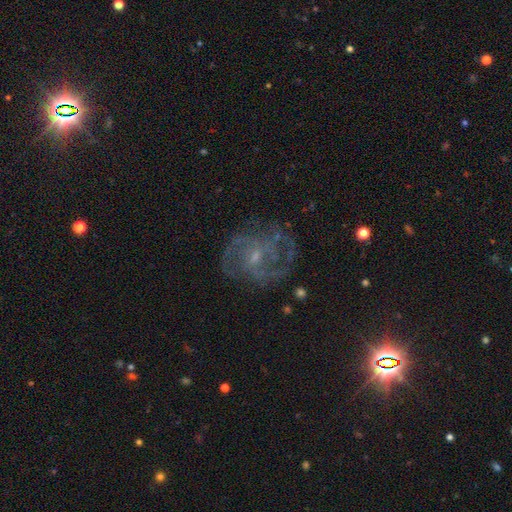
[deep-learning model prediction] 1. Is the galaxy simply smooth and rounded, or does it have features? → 79% featured or disk, 11% star or artifact, 10% smooth.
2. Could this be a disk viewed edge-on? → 98% no, 2% yes.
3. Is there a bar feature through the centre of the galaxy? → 52% no, 40% weak, 7% strong.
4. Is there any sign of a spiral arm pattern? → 87% yes, 13% no.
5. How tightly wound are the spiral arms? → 47% medium, 36% tight, 17% loose.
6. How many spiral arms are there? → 31% can't tell, 27% 2, 22% 3, 9% 4, 6% 1, 5% more than 4.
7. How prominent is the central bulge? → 65% small, 26% moderate, 6% none, 1% large, 1% dominant.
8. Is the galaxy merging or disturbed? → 66% none, 17% minor disturbance, 15% major disturbance, 2% merger.